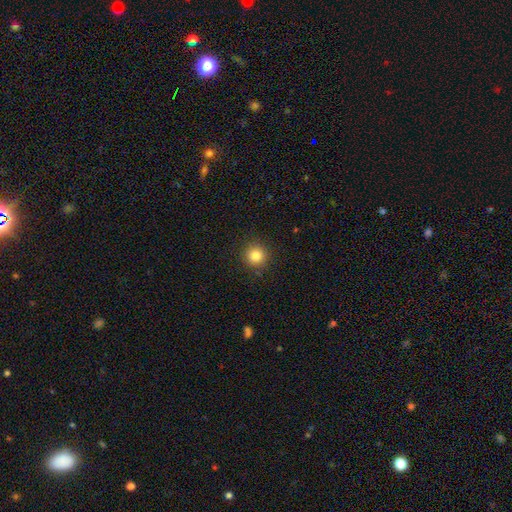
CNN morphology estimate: The model was most divided on "smooth or featured": smooth: 83%, star or artifact: 12%, featured or disk: 5%. More confident: how rounded — round (94%); merging — none (90%).